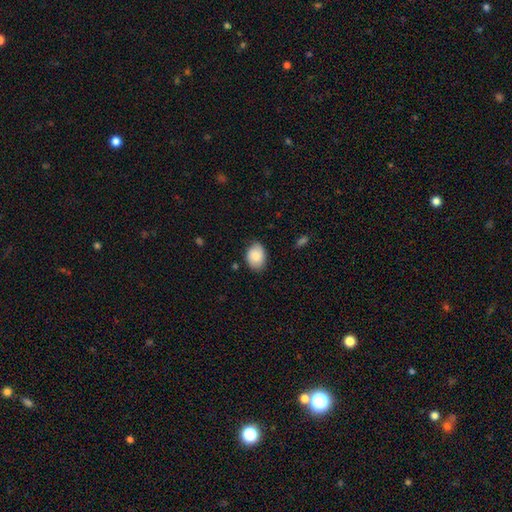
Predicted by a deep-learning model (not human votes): The model was most divided on "how rounded": in between: 75%, round: 24%, cigar-shaped: 1%. More confident: smooth or featured — smooth (84%); merging — none (78%).